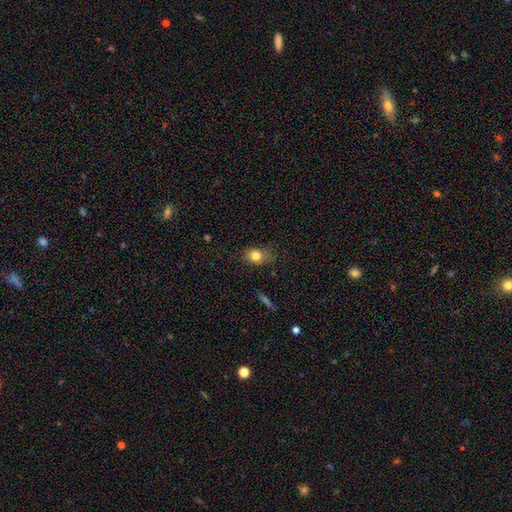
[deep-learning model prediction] Smooth or featured: smooth — 80% (star or artifact — 10%)
How rounded: in between — 59% (round — 39%)
Merging: none — 62% (minor disturbance — 27%)